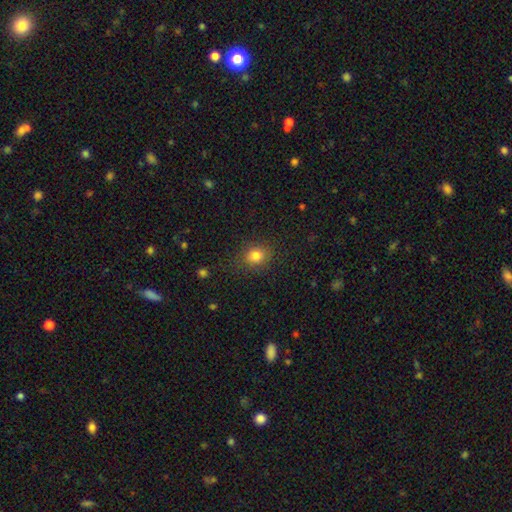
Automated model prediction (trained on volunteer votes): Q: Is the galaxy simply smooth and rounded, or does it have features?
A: smooth — 81%.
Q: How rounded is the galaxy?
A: round — 63%.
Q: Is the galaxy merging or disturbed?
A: none — 82%.